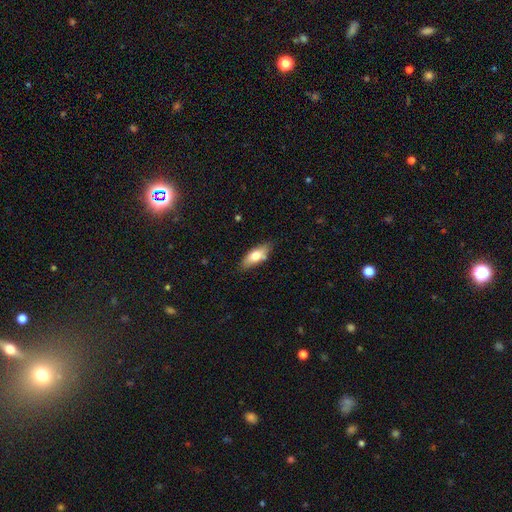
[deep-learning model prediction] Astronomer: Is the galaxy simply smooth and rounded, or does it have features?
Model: smooth — 72%.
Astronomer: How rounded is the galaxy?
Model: in between — 73%.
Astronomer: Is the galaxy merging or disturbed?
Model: none — 79%.